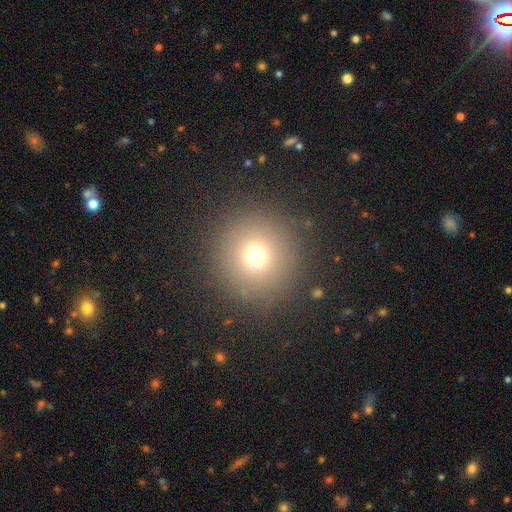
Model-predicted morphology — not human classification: Smooth or featured? Predicted: smooth (p=0.71). How rounded? Predicted: round (p=0.96). Merging? Predicted: none (p=0.89).